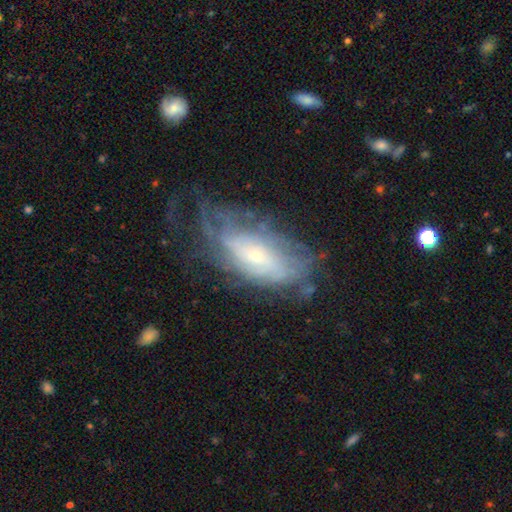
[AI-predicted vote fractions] smooth_or_featured: featured or disk (p=0.73) [alt: smooth p=0.19]
disk_edge_on: no (p=0.90) [alt: yes p=0.10]
bar: no (p=0.68) [alt: weak p=0.26]
has_spiral_arms: yes (p=0.79) [alt: no p=0.21]
spiral_winding: tight (p=0.58) [alt: medium p=0.29]
spiral_arm_count: can't tell (p=0.61) [alt: 2 p=0.11]
bulge_size: small (p=0.70) [alt: moderate p=0.24]
merging: none (p=0.53) [alt: minor disturbance p=0.24]